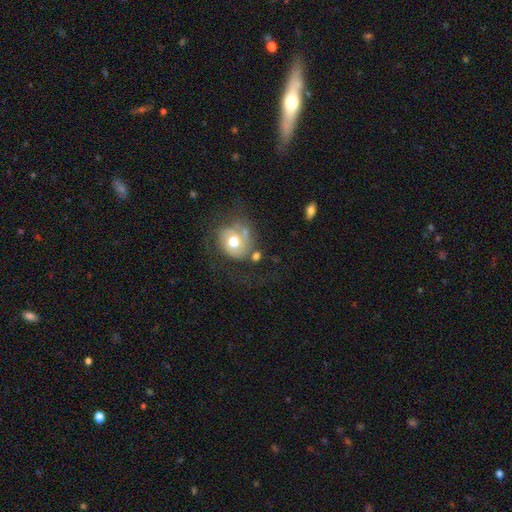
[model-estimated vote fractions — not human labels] featured or disk 56%, smooth 34%, star or artifact 11%. Down the decision tree: edge-on disk — no (97%); bar — no (81%); spiral arms — yes (64%); bulge size — moderate (74%); merging — none (46%).